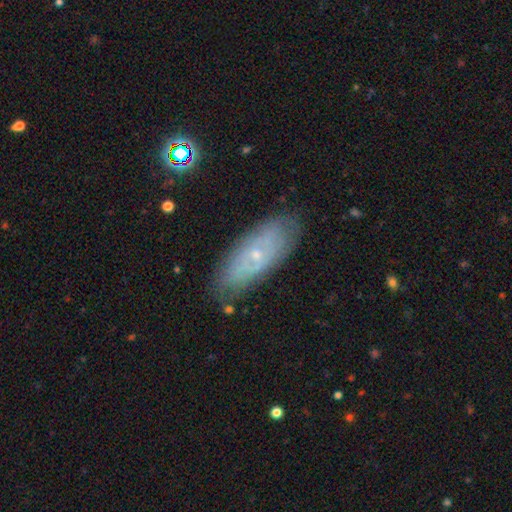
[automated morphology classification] Smooth or featured?
  - featured or disk: 62% *
  - smooth: 29%
  - star or artifact: 9%
Edge-on disk?
  - no: 84% *
  - yes: 16%
Bar?
  - no: 76% *
  - weak: 19%
  - strong: 4%
Spiral arms?
  - yes: 64% *
  - no: 36%
Bulge size?
  - small: 78% *
  - moderate: 18%
  - none: 2%
  - large: 1%
  - dominant: 1%
Merging?
  - none: 79% *
  - minor disturbance: 16%
  - major disturbance: 4%
  - merger: 2%